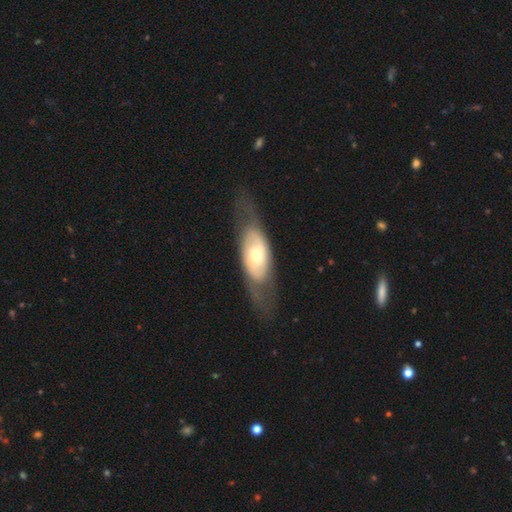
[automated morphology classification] type=featured or disk (58%); edge-on=no (79%); merging=none (62%).